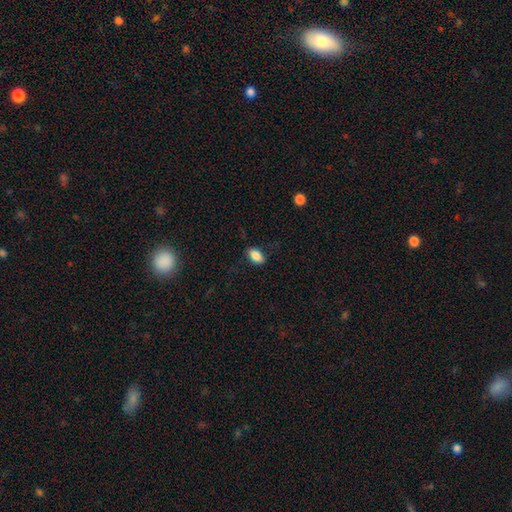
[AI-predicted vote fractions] The model was most divided on "merging": none: 80%, minor disturbance: 15%, major disturbance: 4%, merger: 1%. More confident: how rounded — in between (90%); smooth or featured — smooth (85%).